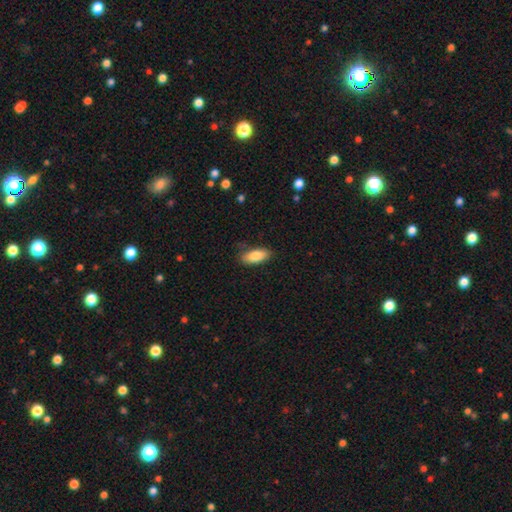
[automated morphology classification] type=smooth (84%); roundness=in between (86%); merging=none (81%).